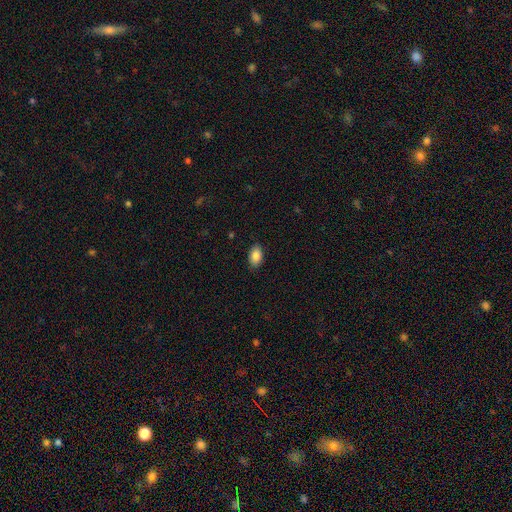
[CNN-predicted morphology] Smooth or featured? smooth (86%)
How rounded? in between (91%)
Merging? none (87%)